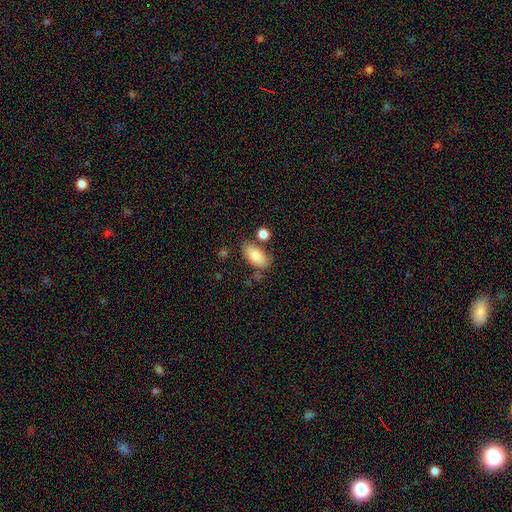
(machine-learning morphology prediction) The model was most divided on "merging": none: 70%, minor disturbance: 17%, merger: 9%, major disturbance: 4%. More confident: how rounded — in between (91%); smooth or featured — smooth (82%).